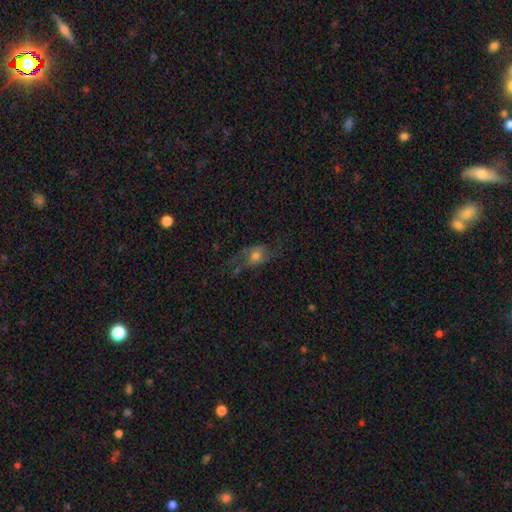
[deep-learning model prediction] The model was most divided on "smooth or featured": featured or disk: 55%, smooth: 28%, star or artifact: 17%. More confident: edge-on disk — no (84%); merging — none (60%).